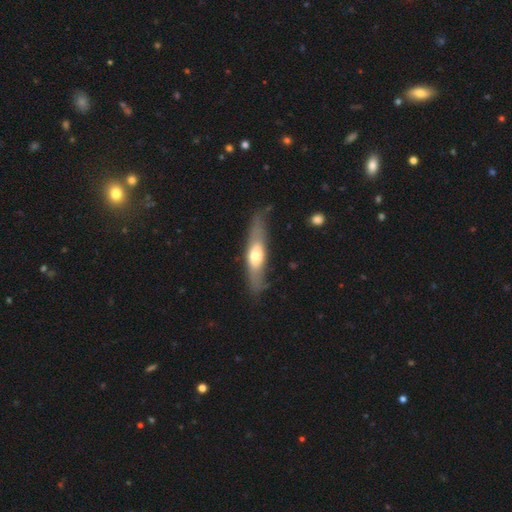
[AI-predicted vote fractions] This is possibly a featured or disk galaxy (49%). Merging: likely none (69%).